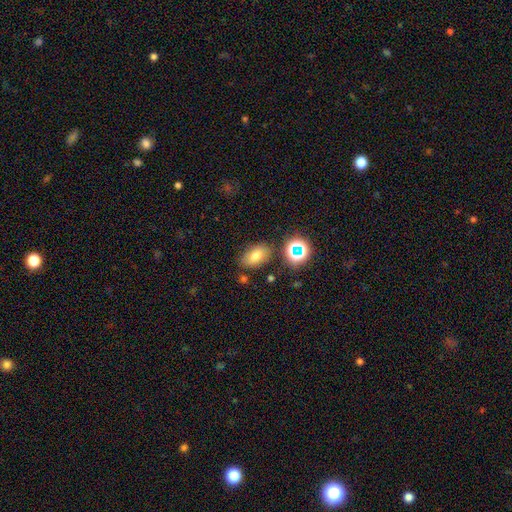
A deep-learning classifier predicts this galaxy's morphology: A smooth galaxy with no disk features (69%) that is in between round and cigar-shaped (85%).

Vote fractions:
- Smooth or featured? smooth: 69% / star or artifact: 17% / featured or disk: 13%
- How rounded? in between: 85% / round: 13% / cigar-shaped: 2%
- Merging? none: 76% / minor disturbance: 14% / merger: 5% / major disturbance: 4%